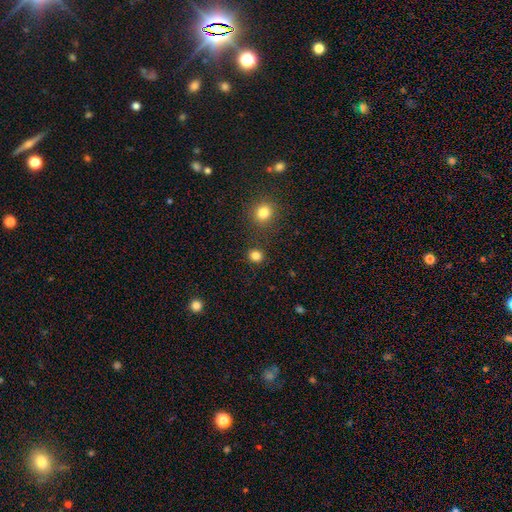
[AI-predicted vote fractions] Smooth or featured: smooth — 82% (star or artifact — 14%)
How rounded: round — 86% (in between — 13%)
Merging: none — 88% (minor disturbance — 6%)